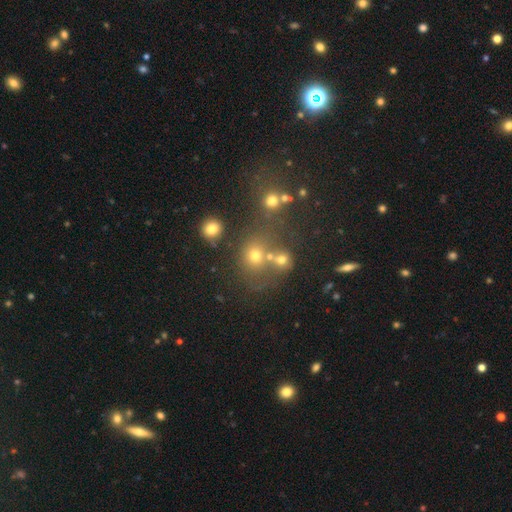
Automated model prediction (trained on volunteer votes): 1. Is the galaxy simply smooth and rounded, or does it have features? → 65% smooth, 22% star or artifact, 13% featured or disk.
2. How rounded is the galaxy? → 75% round, 23% in between, 1% cigar-shaped.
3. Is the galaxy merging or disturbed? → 50% none, 31% merger, 10% minor disturbance, 8% major disturbance.